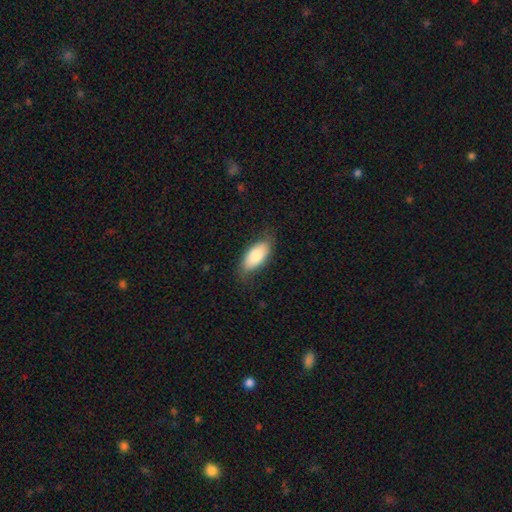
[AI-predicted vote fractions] Smooth or featured? smooth (78%)
How rounded? in between (89%)
Merging? none (77%)